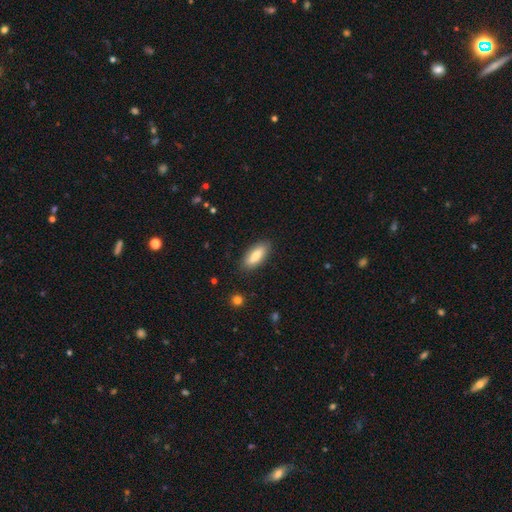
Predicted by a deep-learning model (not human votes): Morphology: type=smooth (79%); roundness=in between (70%); merging=none (86%).